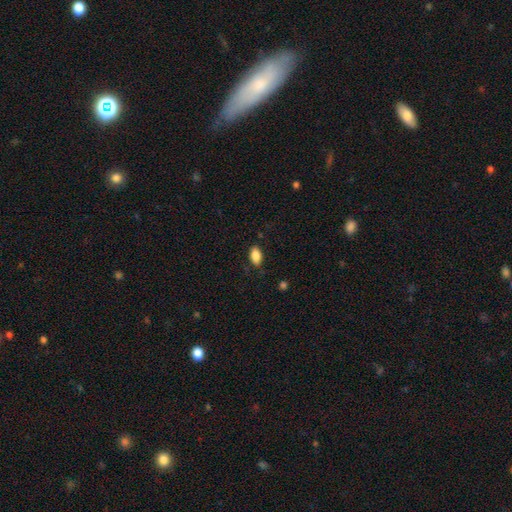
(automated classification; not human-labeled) Smooth or featured? smooth (86%)
How rounded? in between (91%)
Merging? none (81%)